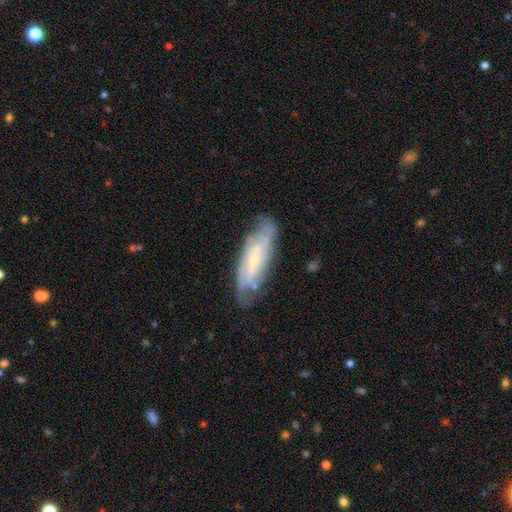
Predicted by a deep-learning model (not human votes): Overall: featured or disk (71%). Edge-on disk: no (80%). Bar: no (49%; weak 35%). Spiral arms: yes (88%). Spiral arm count: can't tell (46%; 2 28%). Spiral winding: tight (54%; medium 33%). Bulge size: small (69%). Merging: none (77%).